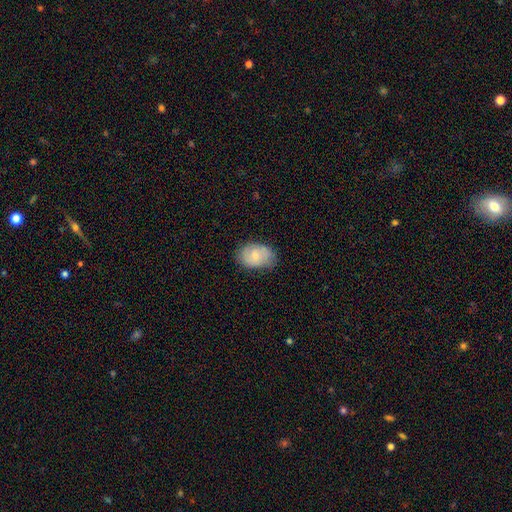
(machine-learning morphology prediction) type=smooth (67%); roundness=in between (81%); merging=none (69%).